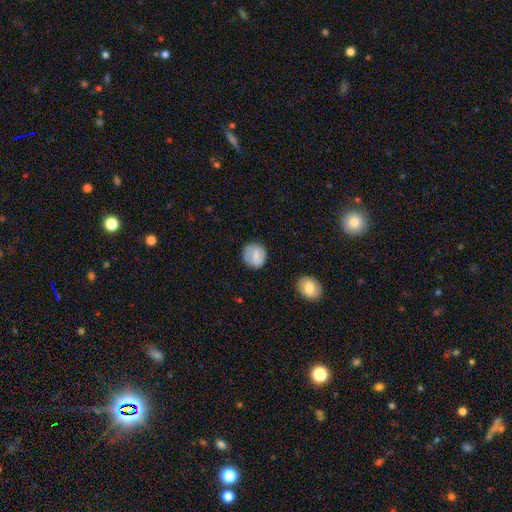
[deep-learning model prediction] smooth 71%, featured or disk 22%, star or artifact 7%. Down the decision tree: how rounded — round (87%); merging — none (79%).